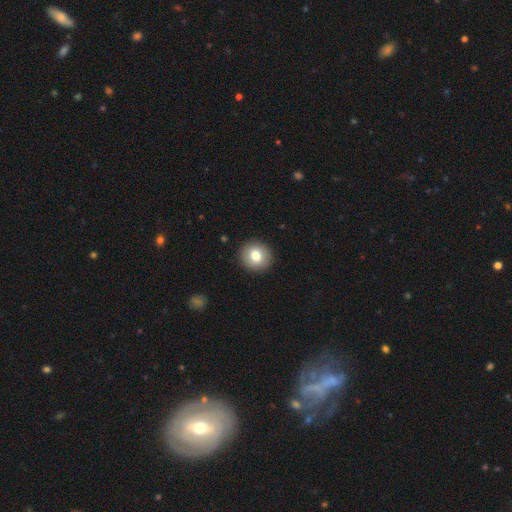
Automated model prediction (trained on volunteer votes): Overall: smooth (79%). How rounded: round (88%). Merging: none (92%).